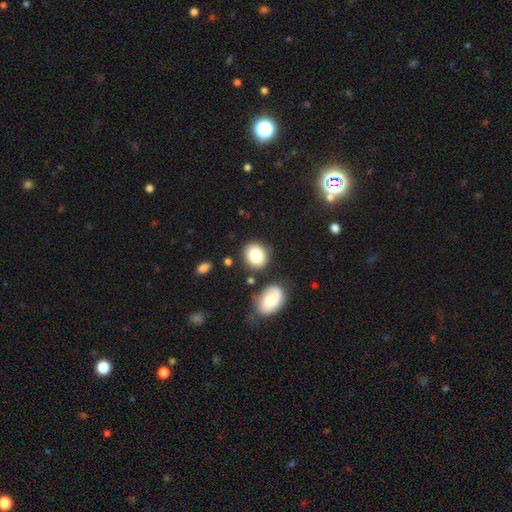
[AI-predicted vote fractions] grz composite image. It shows a smooth galaxy with no disk features (81%) that is round (67%). Merging: none (79%).